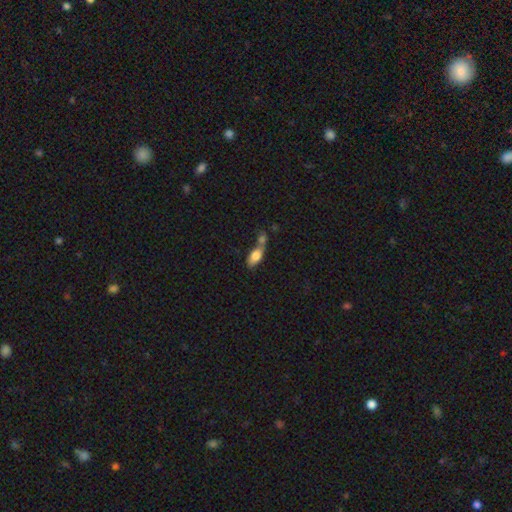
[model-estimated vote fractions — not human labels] Smooth or featured?
  - smooth: 72% *
  - featured or disk: 20%
  - star or artifact: 8%
How rounded?
  - in between: 80% *
  - cigar-shaped: 14%
  - round: 6%
Merging?
  - merger: 51% *
  - none: 27%
  - minor disturbance: 14%
  - major disturbance: 8%